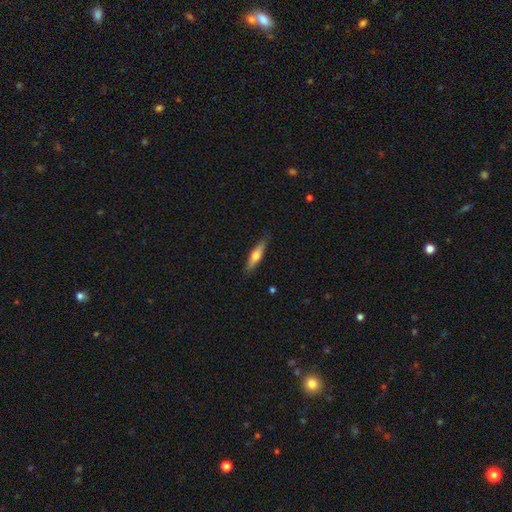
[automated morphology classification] Smooth or featured: smooth — 57% (featured or disk — 37%)
How rounded: cigar-shaped — 69% (in between — 29%)
Merging: none — 85% (minor disturbance — 12%)